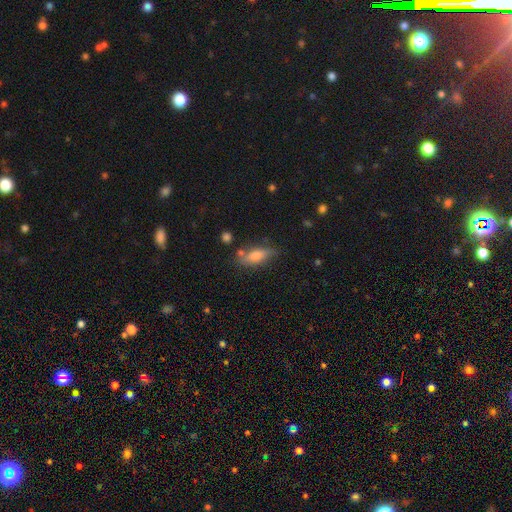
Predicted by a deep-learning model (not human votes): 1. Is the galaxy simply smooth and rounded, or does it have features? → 69% smooth, 23% featured or disk, 8% star or artifact.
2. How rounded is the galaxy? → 66% in between, 30% cigar-shaped, 4% round.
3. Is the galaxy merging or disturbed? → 66% none, 22% minor disturbance, 7% merger, 6% major disturbance.